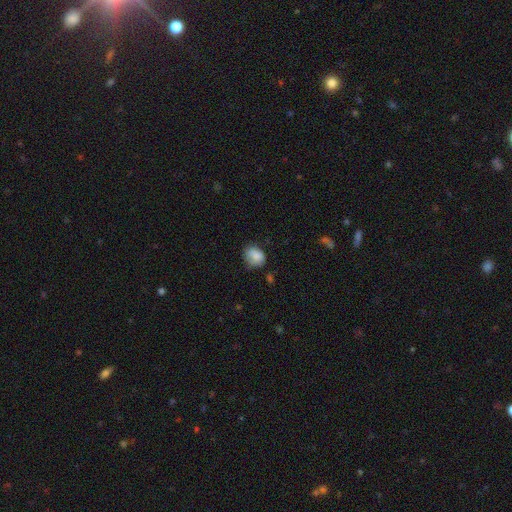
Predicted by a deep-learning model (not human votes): This is clearly a smooth galaxy (82%). How rounded: possibly in between (52%). Merging: possibly none (59%).